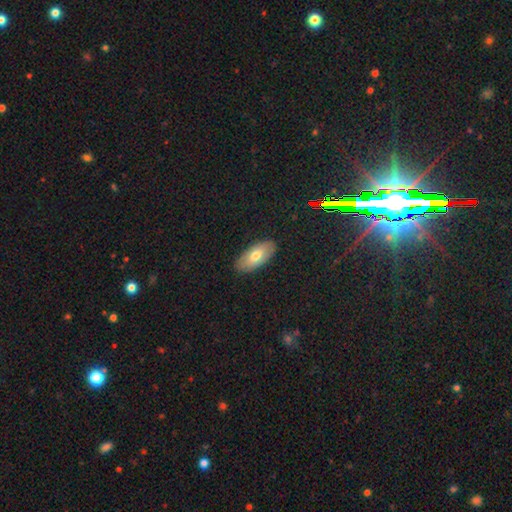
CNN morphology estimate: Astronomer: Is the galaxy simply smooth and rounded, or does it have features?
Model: smooth — 68%.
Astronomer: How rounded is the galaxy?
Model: in between — 91%.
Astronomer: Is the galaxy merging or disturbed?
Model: none — 88%.